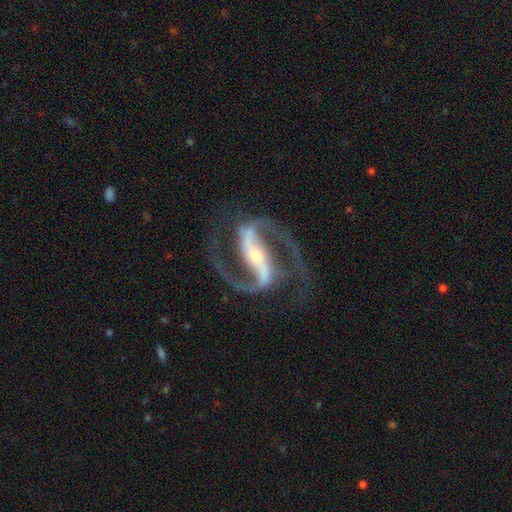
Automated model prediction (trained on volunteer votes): Smooth or featured? Predicted: featured or disk (p=0.94). Edge-on disk? Predicted: no (p=0.96). Bar? Predicted: strong (p=0.77). Spiral arms? Predicted: yes (p=0.98). Spiral winding? Predicted: medium (p=0.66). Spiral arm count? Predicted: 2 (p=0.95). Bulge size? Predicted: small (p=0.60). Merging? Predicted: none (p=0.81).